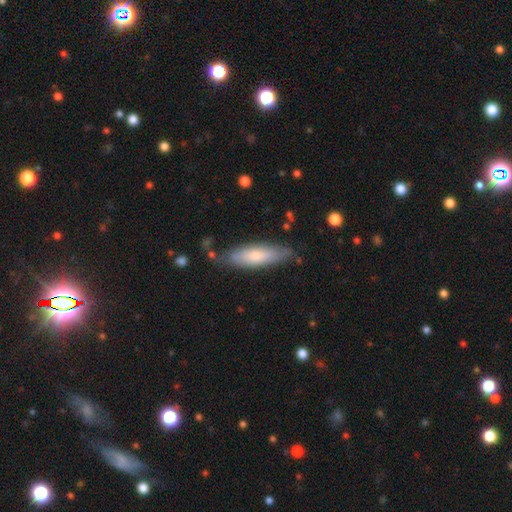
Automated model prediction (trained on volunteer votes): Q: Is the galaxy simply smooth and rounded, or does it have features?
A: smooth — 68%.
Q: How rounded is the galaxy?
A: cigar-shaped — 51%.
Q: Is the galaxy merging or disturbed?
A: none — 73%.